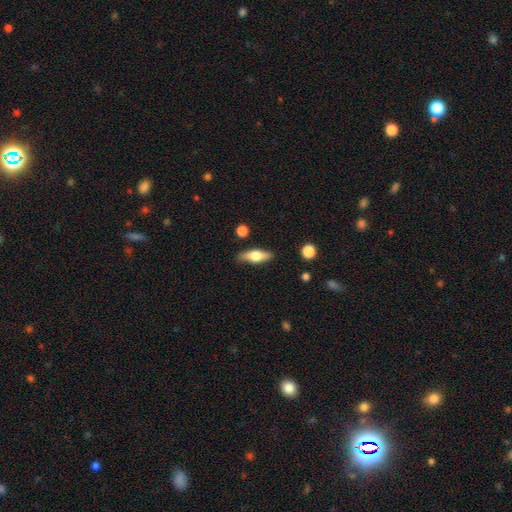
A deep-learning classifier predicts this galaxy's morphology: Smooth or featured?
  - smooth: 52% *
  - featured or disk: 42%
  - star or artifact: 6%
How rounded?
  - in between: 59% *
  - cigar-shaped: 37%
  - round: 4%
Merging?
  - none: 84% *
  - minor disturbance: 11%
  - major disturbance: 2%
  - merger: 2%